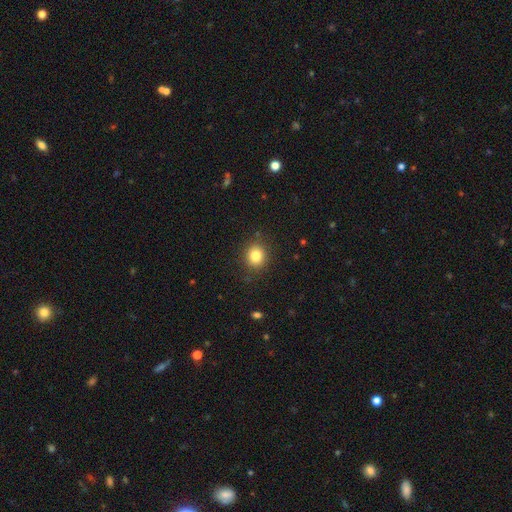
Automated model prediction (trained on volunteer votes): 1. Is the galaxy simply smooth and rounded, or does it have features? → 82% smooth, 11% star or artifact, 6% featured or disk.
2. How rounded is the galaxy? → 78% round, 22% in between, 1% cigar-shaped.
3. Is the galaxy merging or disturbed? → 88% none, 8% minor disturbance, 3% major disturbance, 1% merger.